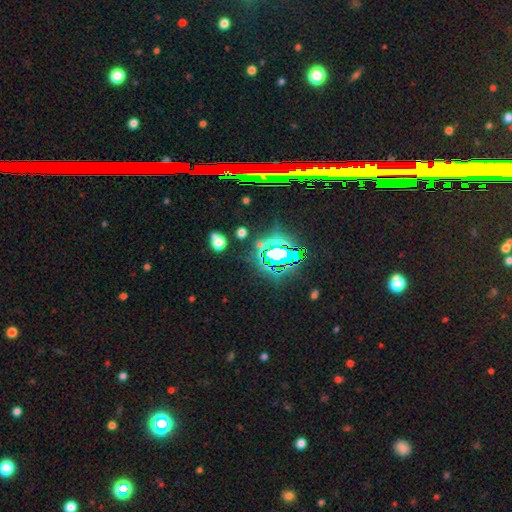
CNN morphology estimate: This is likely a star or artifact rather than a galaxy (79%).